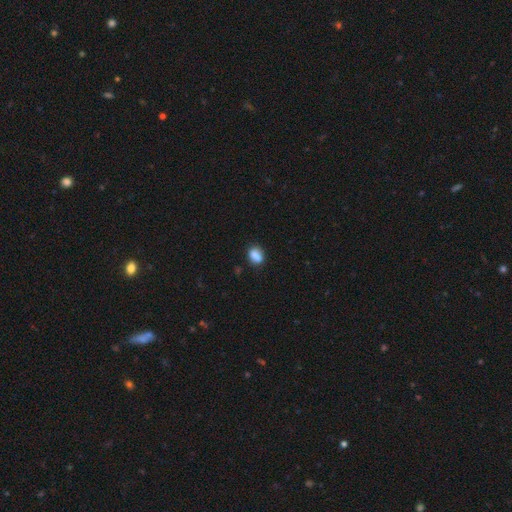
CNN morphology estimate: A smooth galaxy with no disk features (81%) that is in between round and cigar-shaped (60%). Merging: none (60%).